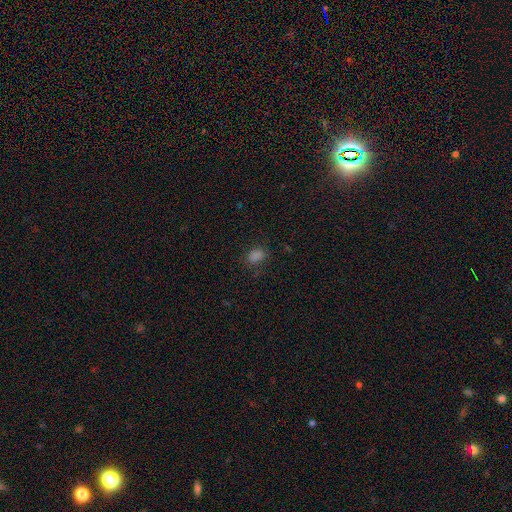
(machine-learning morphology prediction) Q: Smooth or featured?
A: smooth (78%); runner-up: star or artifact (18%)
Q: How rounded?
A: in between (77%); runner-up: round (21%)
Q: Merging?
A: none (75%); runner-up: minor disturbance (17%)